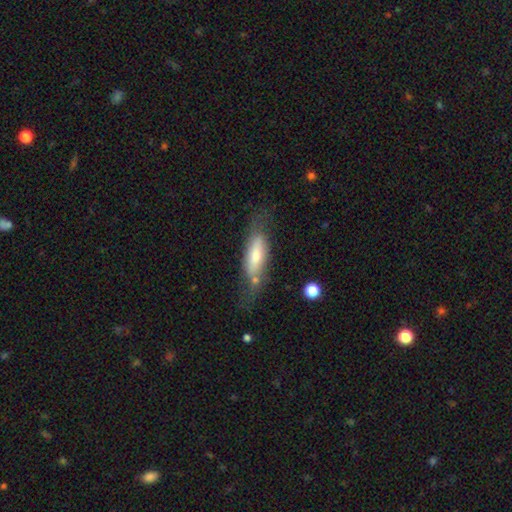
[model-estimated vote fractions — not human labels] Smooth or featured? Predicted: smooth (p=0.54). How rounded? Predicted: in between (p=0.56). Merging? Predicted: none (p=0.55).